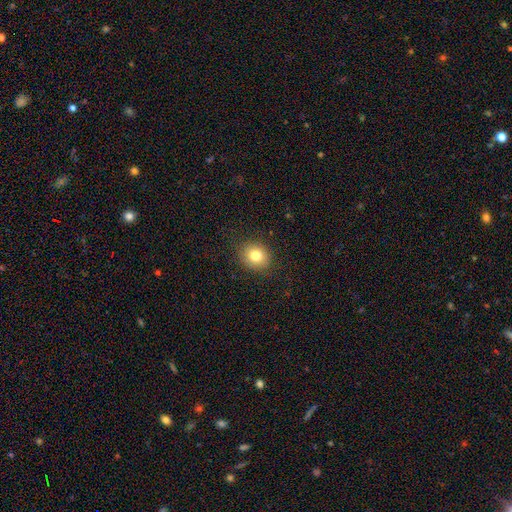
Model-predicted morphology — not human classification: Q: Smooth or featured?
A: smooth (81%); runner-up: star or artifact (11%)
Q: How rounded?
A: round (71%); runner-up: in between (28%)
Q: Merging?
A: none (88%); runner-up: minor disturbance (8%)